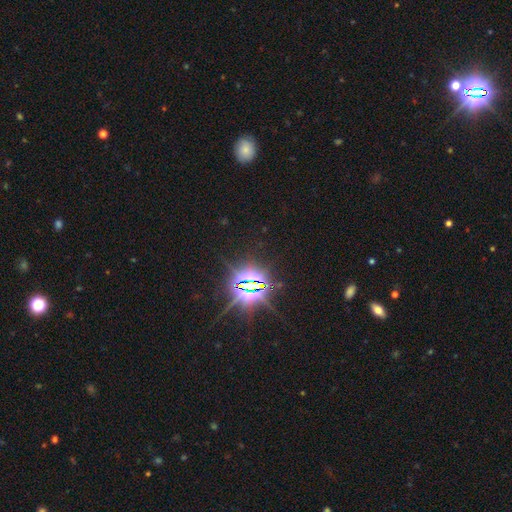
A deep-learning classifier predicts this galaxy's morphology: A star or artifact, not a galaxy (85%).